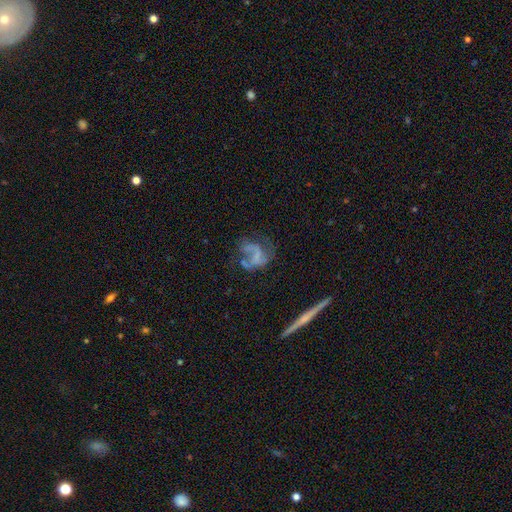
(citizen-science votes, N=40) Smooth or featured?
  - featured or disk: 68% *
  - smooth: 28%
  - star or artifact: 5%
Edge-on disk?
  - no: 96% *
  - yes: 4%
Bar?
  - no: 50% *
  - weak: 38%
  - strong: 12%
Spiral arms?
  - yes: 62% *
  - no: 38%
Spiral winding?
  - medium: 50% *
  - loose: 44%
  - tight: 6%
Spiral arm count?
  - 2: 62% *
  - can't tell: 25%
  - 1: 12%
  - 3: 0%
  - 4: 0%
  - more than 4: 0%
Bulge size?
  - none: 69% *
  - small: 23%
  - moderate: 8%
  - dominant: 0%
  - large: 0%
Merging?
  - major disturbance: 50% *
  - none: 34%
  - minor disturbance: 8%
  - merger: 8%